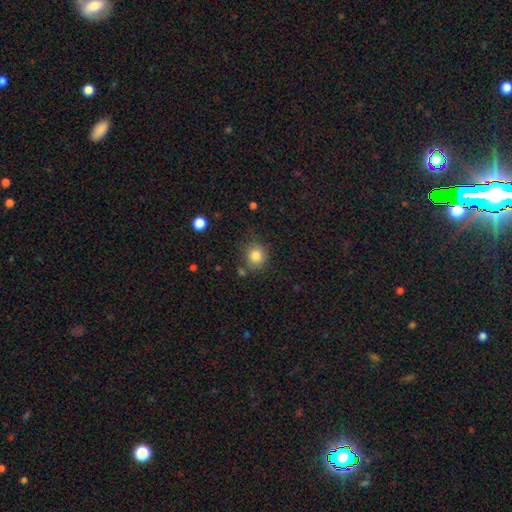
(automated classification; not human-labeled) The model was most divided on "merging": none: 78%, minor disturbance: 13%, merger: 5%, major disturbance: 4%. More confident: how rounded — round (84%); smooth or featured — smooth (84%).